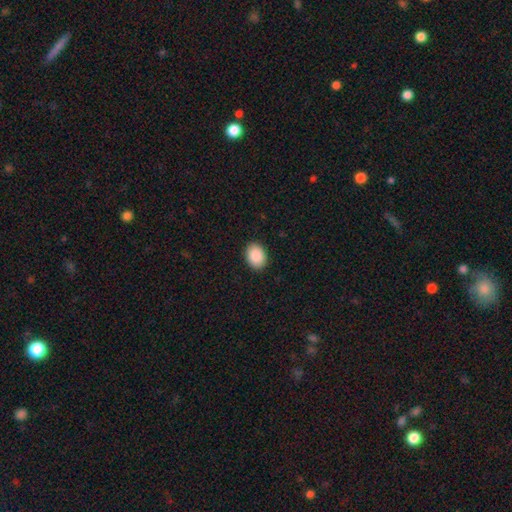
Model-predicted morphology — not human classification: Smooth or featured? Predicted: smooth (p=0.90). How rounded? Predicted: in between (p=0.71). Merging? Predicted: none (p=0.90).